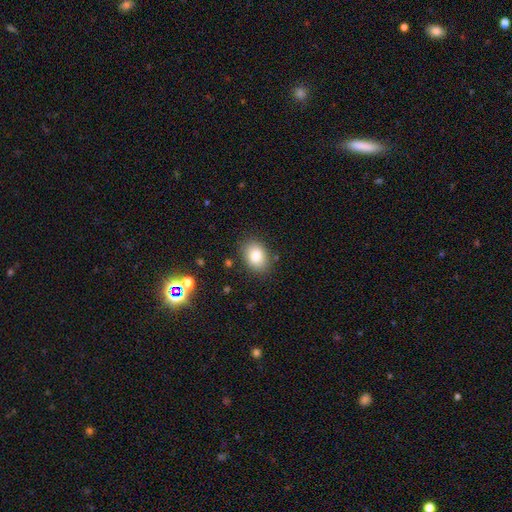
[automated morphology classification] smooth 83%, star or artifact 9%, featured or disk 8%. Down the decision tree: how rounded — in between (74%); merging — none (83%).